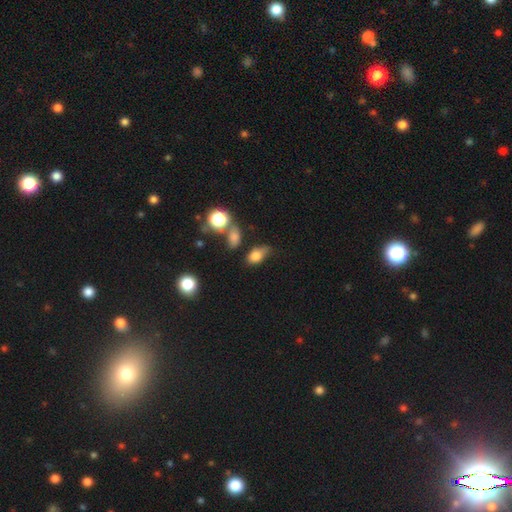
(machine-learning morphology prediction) smooth-or-featured: smooth: 79% | star or artifact: 11% | featured or disk: 10%
  how-rounded: in between: 83% | round: 14% | cigar-shaped: 3%
  merging: none: 42% | minor disturbance: 34% | major disturbance: 14% | merger: 10%